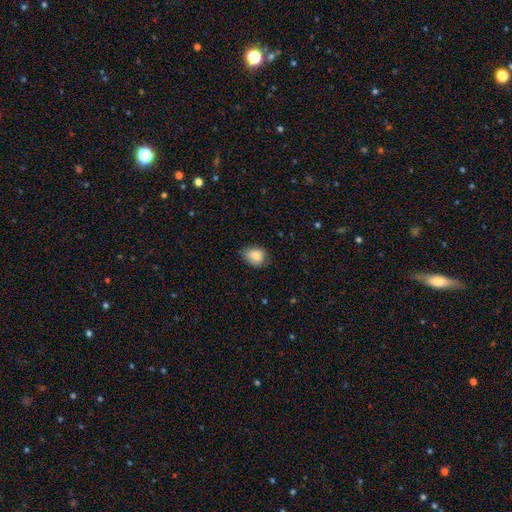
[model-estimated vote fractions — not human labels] Overall: smooth (85%). How rounded: round (53%; in between 46%). Merging: none (63%; minor disturbance 30%).